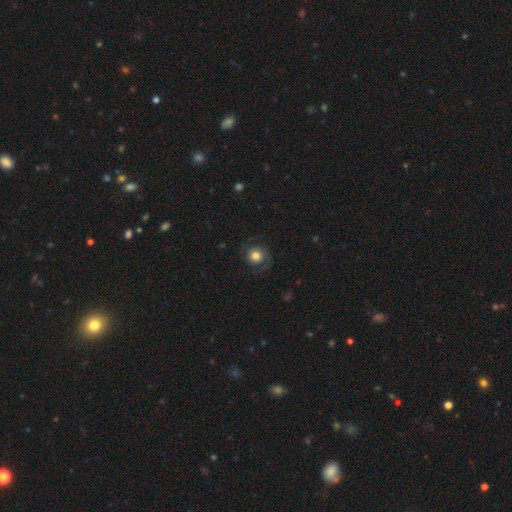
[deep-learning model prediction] Morphology: type=smooth (57%); roundness=round (89%); merging=none (75%).